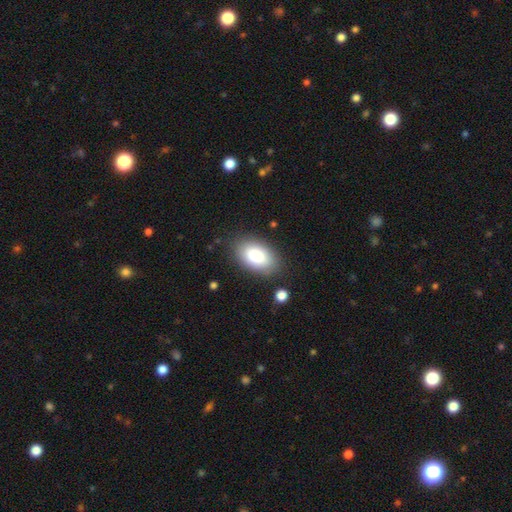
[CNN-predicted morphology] Smooth or featured? Predicted: smooth (p=0.86). How rounded? Predicted: in between (p=0.94). Merging? Predicted: none (p=0.84).